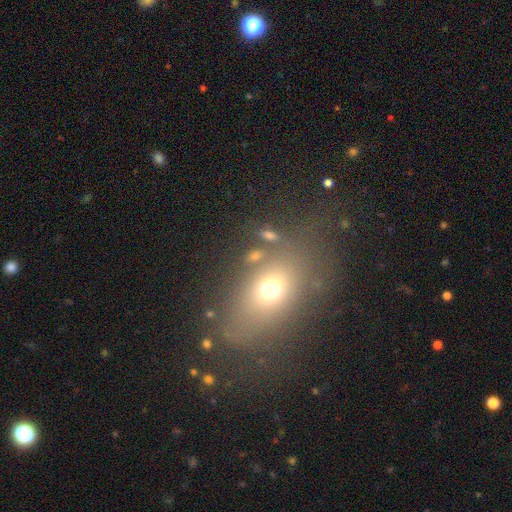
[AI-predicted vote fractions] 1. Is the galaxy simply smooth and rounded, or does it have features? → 61% smooth, 20% star or artifact, 19% featured or disk.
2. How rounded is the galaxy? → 69% in between, 27% round, 4% cigar-shaped.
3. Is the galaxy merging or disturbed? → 70% none, 15% minor disturbance, 9% major disturbance, 6% merger.